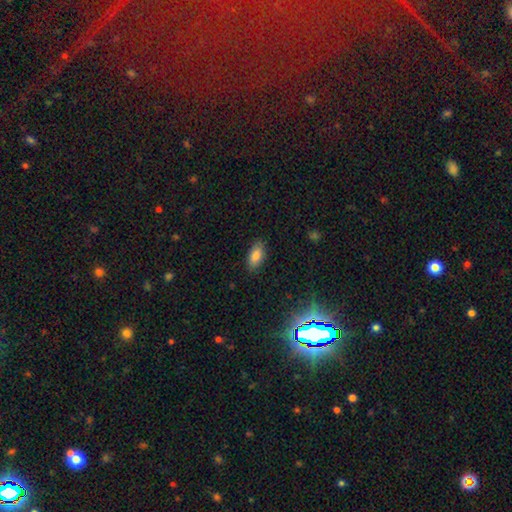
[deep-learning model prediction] Overall: smooth (83%). How rounded: in between (91%). Merging: none (86%).